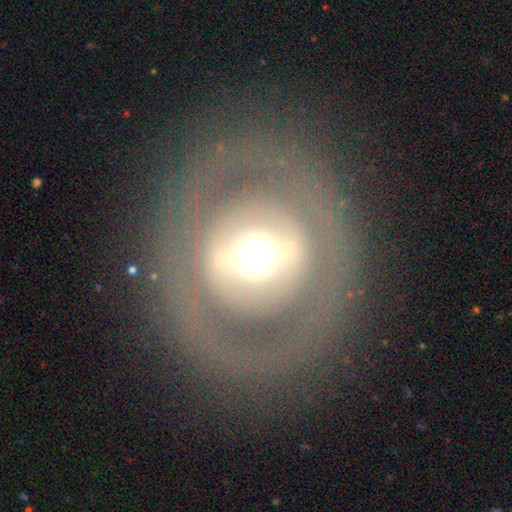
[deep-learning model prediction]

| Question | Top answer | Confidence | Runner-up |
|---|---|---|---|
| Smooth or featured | featured or disk | 63% | smooth (27%) |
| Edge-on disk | no | 91% | yes (9%) |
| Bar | no | 51% | strong (25%) |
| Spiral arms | no | 61% | yes (39%) |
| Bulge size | moderate | 48% | large (34%) |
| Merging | none | 72% | major disturbance (14%) |